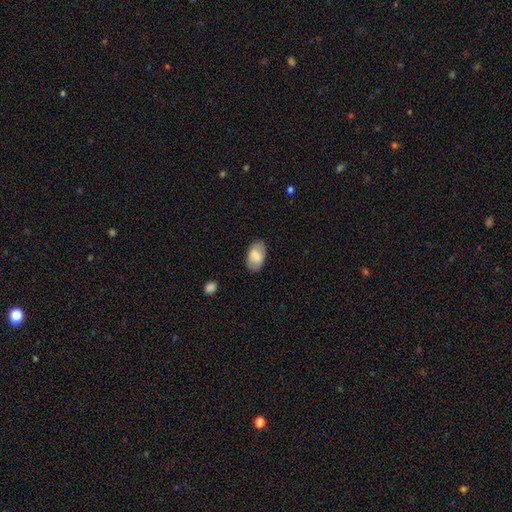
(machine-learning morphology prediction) smooth-or-featured: smooth: 76% | featured or disk: 17% | star or artifact: 7%
  how-rounded: in between: 94% | round: 4% | cigar-shaped: 2%
  merging: none: 83% | minor disturbance: 13% | major disturbance: 3% | merger: 1%